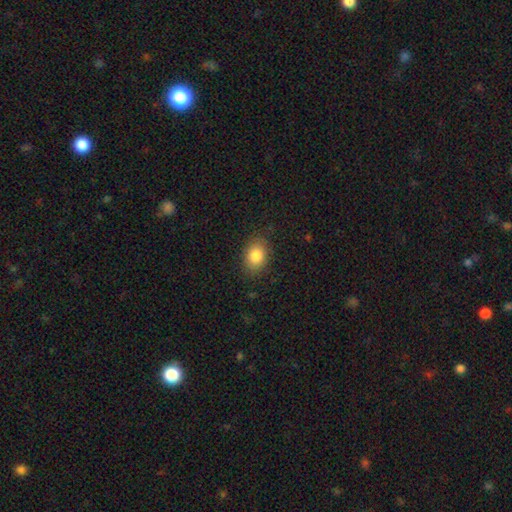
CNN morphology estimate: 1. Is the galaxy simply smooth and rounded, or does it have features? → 84% smooth, 9% star or artifact, 7% featured or disk.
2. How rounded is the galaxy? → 71% in between, 28% round, 1% cigar-shaped.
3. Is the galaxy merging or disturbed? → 84% none, 12% minor disturbance, 3% major disturbance, 1% merger.